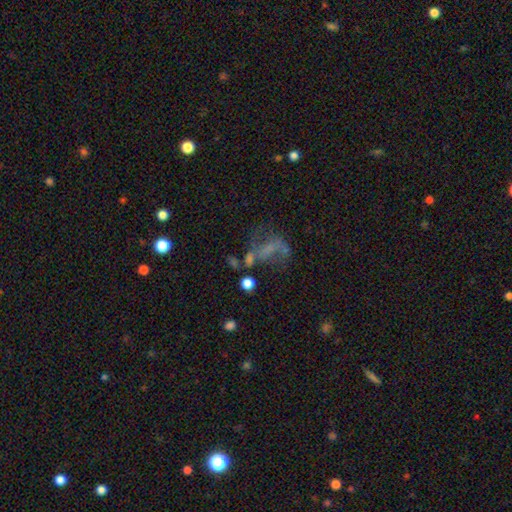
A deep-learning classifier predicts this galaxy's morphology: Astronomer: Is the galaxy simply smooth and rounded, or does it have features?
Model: featured or disk — 49% (runner-up: smooth, 26%).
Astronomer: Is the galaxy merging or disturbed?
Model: none — 36% (runner-up: major disturbance, 35%).